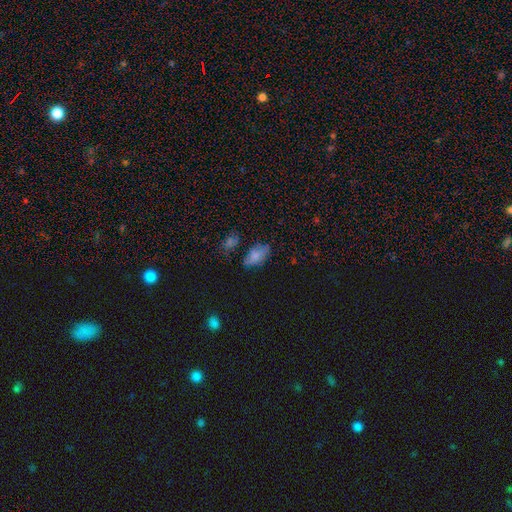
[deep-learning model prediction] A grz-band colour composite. It shows a smooth galaxy with no disk features (71%) that is in between round and cigar-shaped (91%). Merging: none (65%).